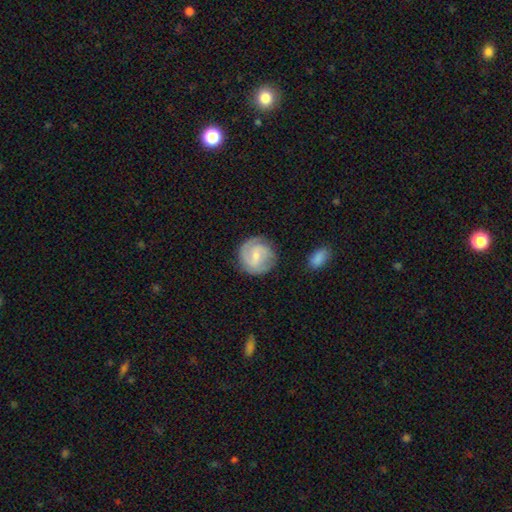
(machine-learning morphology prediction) Smooth or featured?
  - featured or disk: 72% *
  - smooth: 23%
  - star or artifact: 5%
Edge-on disk?
  - no: 98% *
  - yes: 2%
Bar?
  - weak: 55% *
  - no: 33%
  - strong: 12%
Spiral arms?
  - yes: 94% *
  - no: 6%
Spiral winding?
  - tight: 48% *
  - medium: 40%
  - loose: 12%
Spiral arm count?
  - 2: 58% *
  - can't tell: 16%
  - 3: 16%
  - 1: 5%
  - 4: 3%
  - more than 4: 3%
Bulge size?
  - small: 59% *
  - moderate: 35%
  - none: 3%
  - large: 2%
  - dominant: 1%
Merging?
  - none: 79% *
  - minor disturbance: 14%
  - major disturbance: 5%
  - merger: 2%